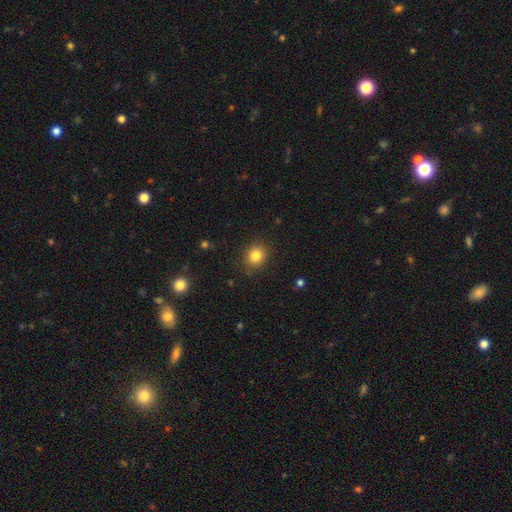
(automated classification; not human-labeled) smooth 83%, star or artifact 11%, featured or disk 6%. Down the decision tree: how rounded — round (76%); merging — none (89%).